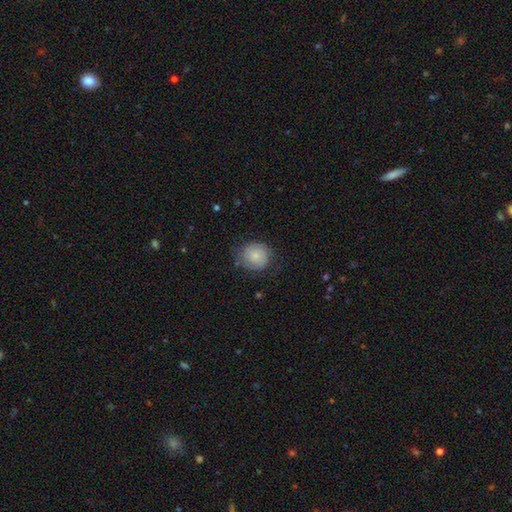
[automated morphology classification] This appears to be a smooth galaxy with no disk features (55%) that is round (86%). Merging: none (69%).